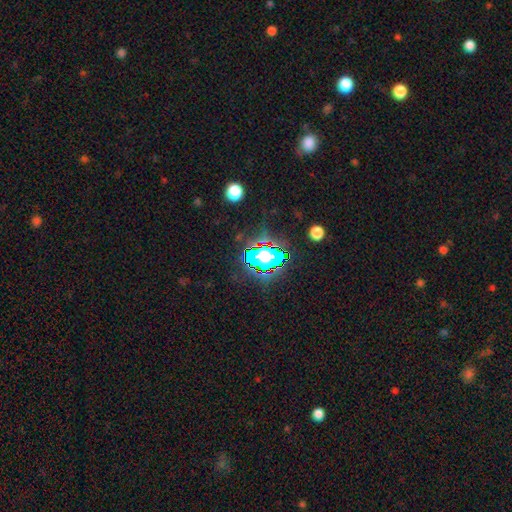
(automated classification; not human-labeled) Smooth or featured? star or artifact (80%)